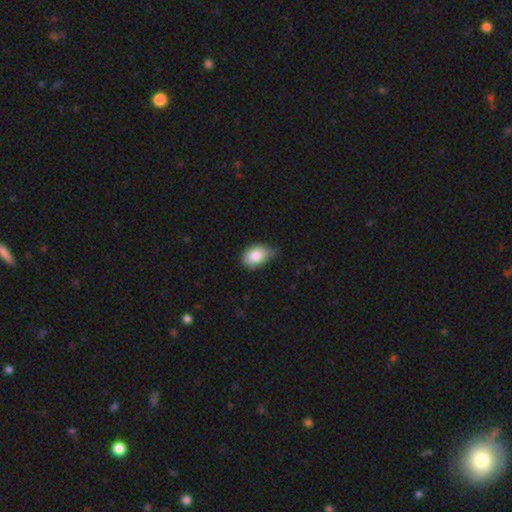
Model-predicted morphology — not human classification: smooth_or_featured: smooth (p=0.84) [alt: featured or disk p=0.09]
how_rounded: in between (p=0.84) [alt: round p=0.14]
merging: none (p=0.51) [alt: minor disturbance p=0.41]